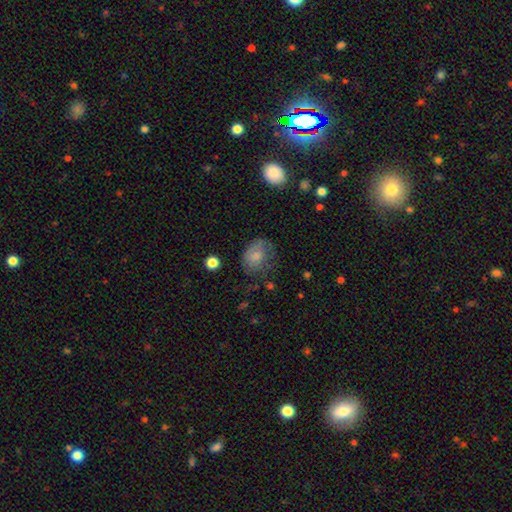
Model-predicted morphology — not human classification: Overall: smooth (71%). How rounded: in between (58%; round 41%). Merging: none (48%; minor disturbance 29%).